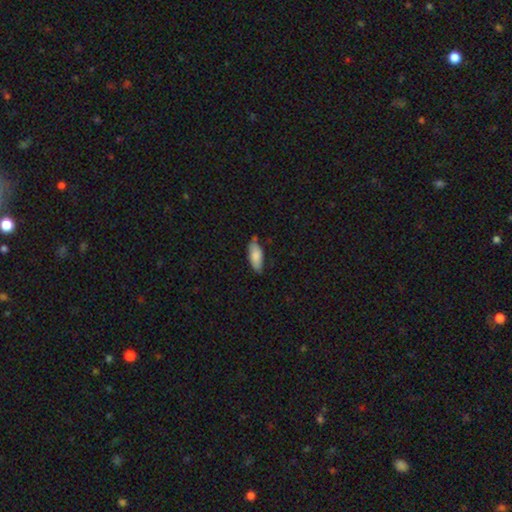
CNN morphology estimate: type=smooth (82%); roundness=in between (81%); merging=none (66%).